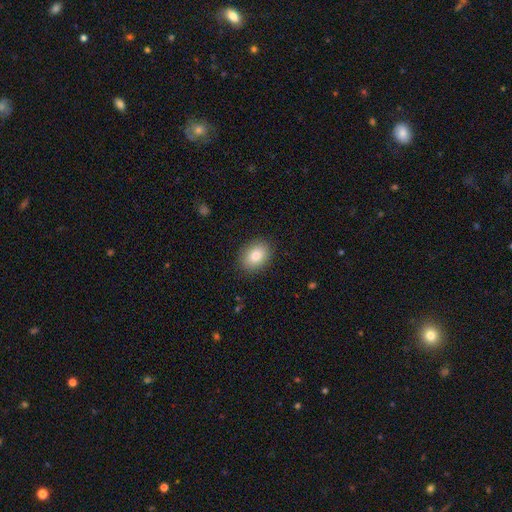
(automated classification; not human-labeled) Smooth or featured? Predicted: smooth (p=0.83). How rounded? Predicted: in between (p=0.70). Merging? Predicted: none (p=0.88).